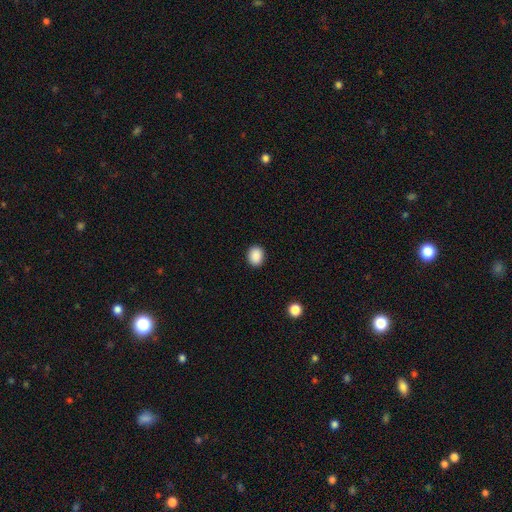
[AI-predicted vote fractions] Smooth or featured?
  - smooth: 89% *
  - star or artifact: 9%
  - featured or disk: 2%
How rounded?
  - round: 53% *
  - in between: 46%
  - cigar-shaped: 1%
Merging?
  - none: 90% *
  - minor disturbance: 7%
  - major disturbance: 2%
  - merger: 1%